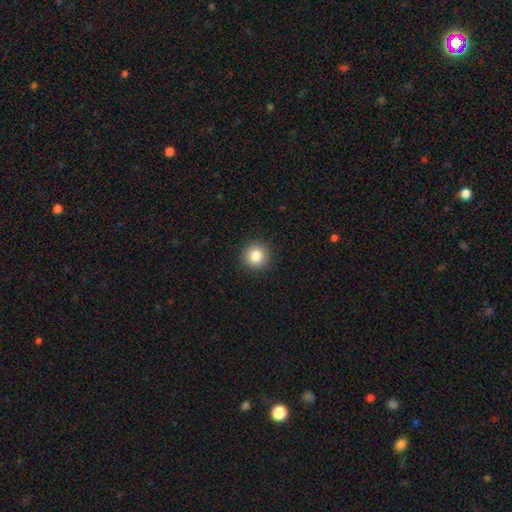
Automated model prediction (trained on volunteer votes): smooth_or_featured: smooth (p=0.83) [alt: star or artifact p=0.11]
how_rounded: round (p=0.95) [alt: in between p=0.04]
merging: none (p=0.92) [alt: minor disturbance p=0.05]